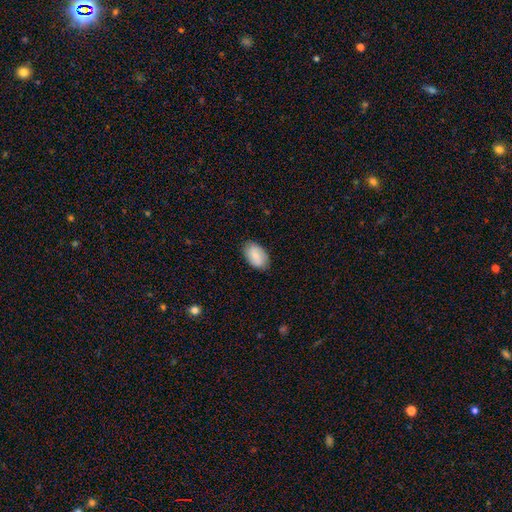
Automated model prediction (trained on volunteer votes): smooth 81%, featured or disk 13%, star or artifact 6%. Down the decision tree: how rounded — in between (93%); merging — none (83%).